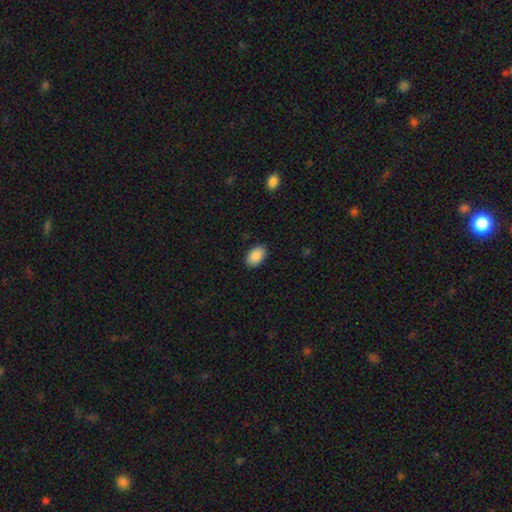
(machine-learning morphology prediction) Overall: smooth (89%). How rounded: in between (91%). Merging: none (89%).